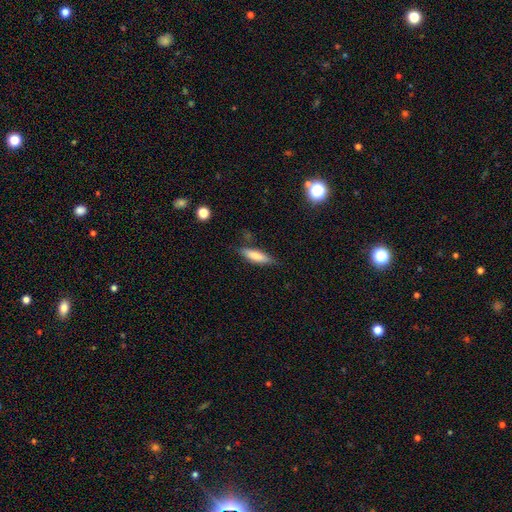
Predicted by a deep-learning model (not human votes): Morphology: type=smooth (73%); roundness=cigar-shaped (64%); merging=none (77%).